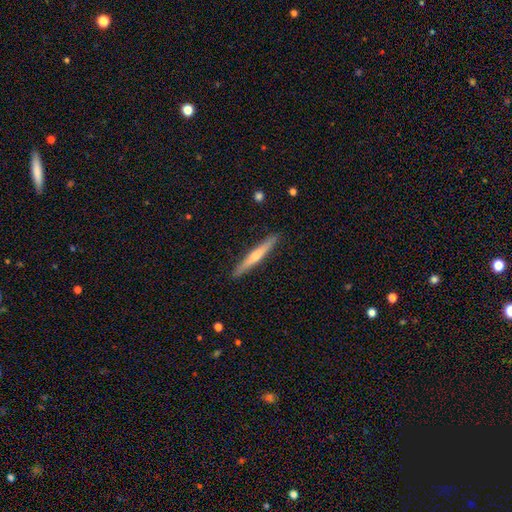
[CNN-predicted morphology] smooth_or_featured: featured or disk (p=0.49) [alt: smooth p=0.46]
merging: none (p=0.91) [alt: minor disturbance p=0.07]